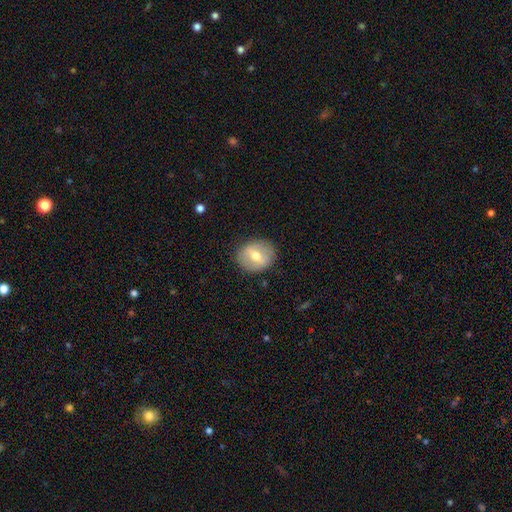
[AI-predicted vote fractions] This appears to be a smooth galaxy with no disk features (49%). Merging: none (85%).